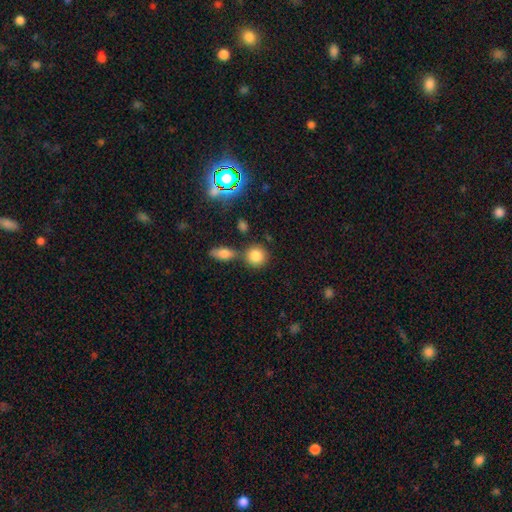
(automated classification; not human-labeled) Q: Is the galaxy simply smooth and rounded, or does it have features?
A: smooth — 82%.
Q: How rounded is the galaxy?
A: round — 85%.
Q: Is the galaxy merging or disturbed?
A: none — 69%.